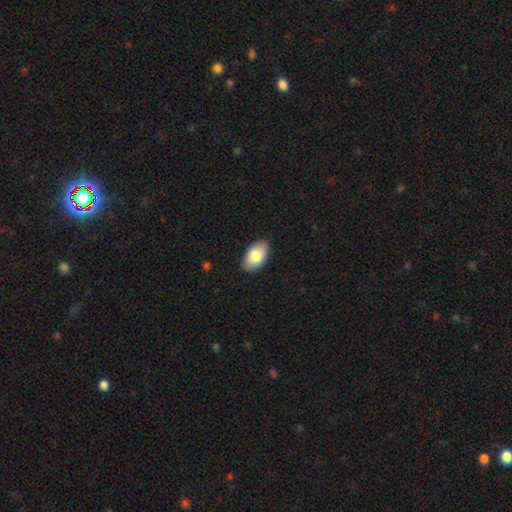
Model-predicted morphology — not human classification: Smooth or featured: smooth — 81% (featured or disk — 13%)
How rounded: in between — 94% (round — 5%)
Merging: none — 88% (minor disturbance — 9%)